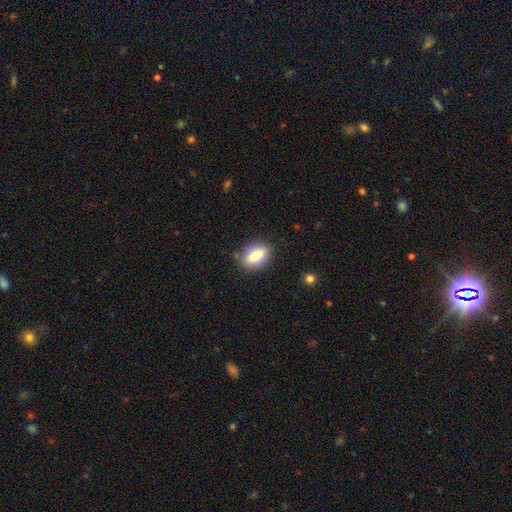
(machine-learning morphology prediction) Overall: smooth (82%). How rounded: in between (81%). Merging: none (81%).